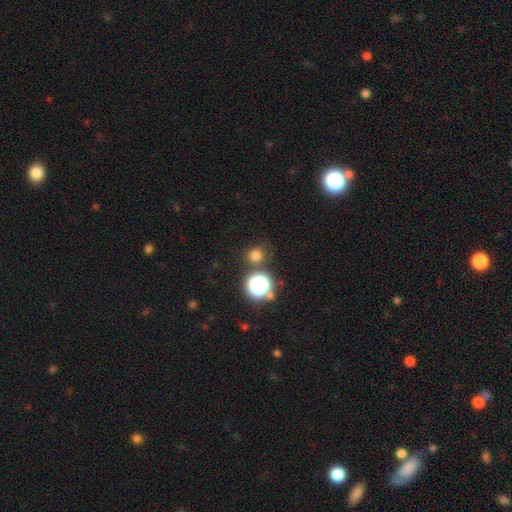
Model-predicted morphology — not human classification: smooth_or_featured: smooth (p=0.73) [alt: star or artifact p=0.22]
how_rounded: round (p=0.89) [alt: in between p=0.10]
merging: none (p=0.78) [alt: minor disturbance p=0.10]